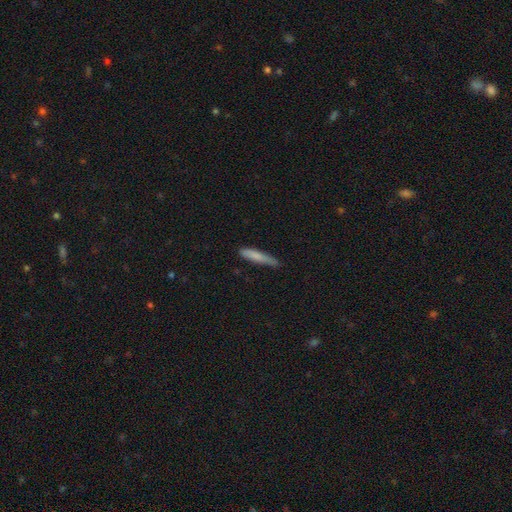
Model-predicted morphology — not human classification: type=smooth (77%); roundness=cigar-shaped (91%); merging=none (73%).